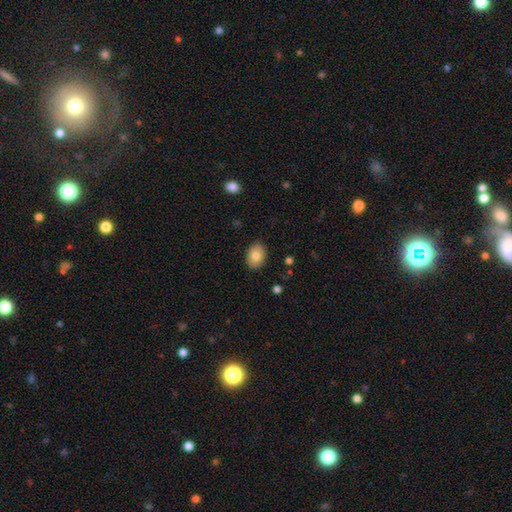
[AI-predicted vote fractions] smooth-or-featured: smooth: 82% | featured or disk: 11% | star or artifact: 7%
  how-rounded: in between: 78% | round: 21% | cigar-shaped: 1%
  merging: none: 88% | minor disturbance: 9% | major disturbance: 2% | merger: 1%